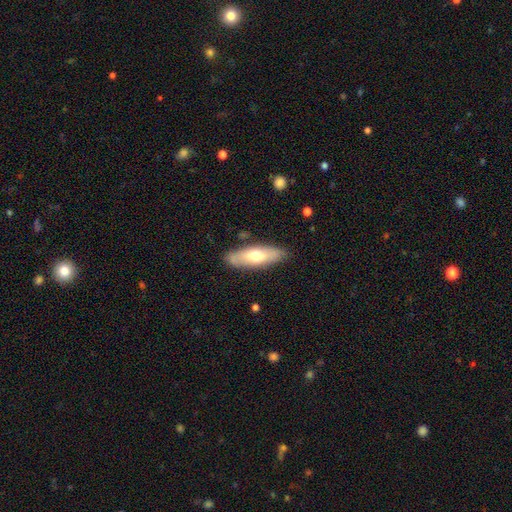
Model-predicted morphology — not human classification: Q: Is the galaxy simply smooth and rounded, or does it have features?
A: smooth — 60%.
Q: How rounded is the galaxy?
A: in between — 59%.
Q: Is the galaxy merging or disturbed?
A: none — 84%.